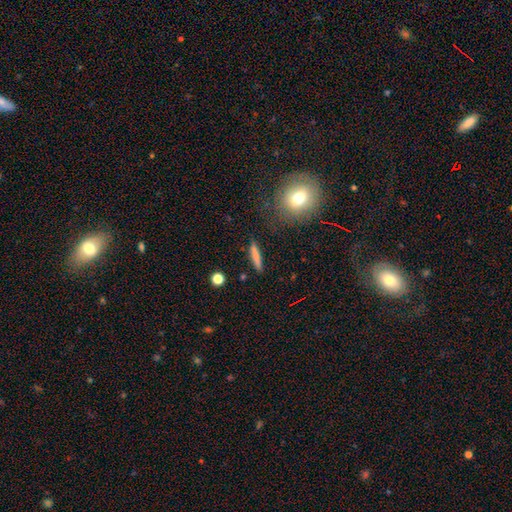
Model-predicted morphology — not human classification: The model was most divided on "smooth or featured": smooth: 77%, featured or disk: 15%, star or artifact: 7%. More confident: how rounded — cigar-shaped (90%); merging — none (87%).